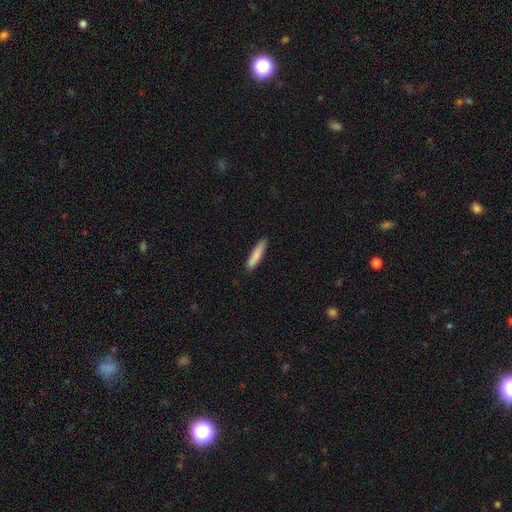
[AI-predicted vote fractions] smooth 85%, featured or disk 9%, star or artifact 6%. Down the decision tree: how rounded — cigar-shaped (86%); merging — none (86%).